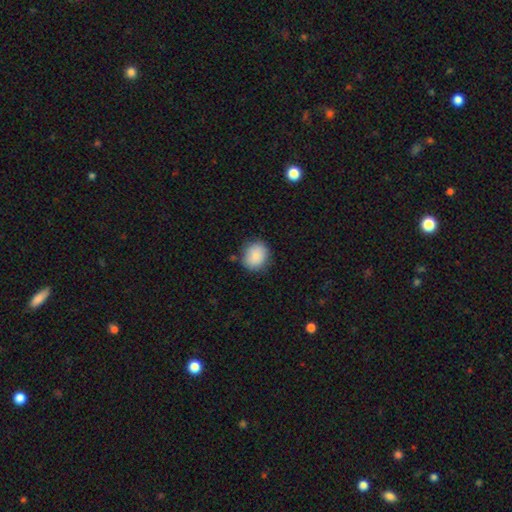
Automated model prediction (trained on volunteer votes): Q: Smooth or featured?
A: smooth (88%); runner-up: star or artifact (7%)
Q: How rounded?
A: round (74%); runner-up: in between (25%)
Q: Merging?
A: none (83%); runner-up: minor disturbance (12%)